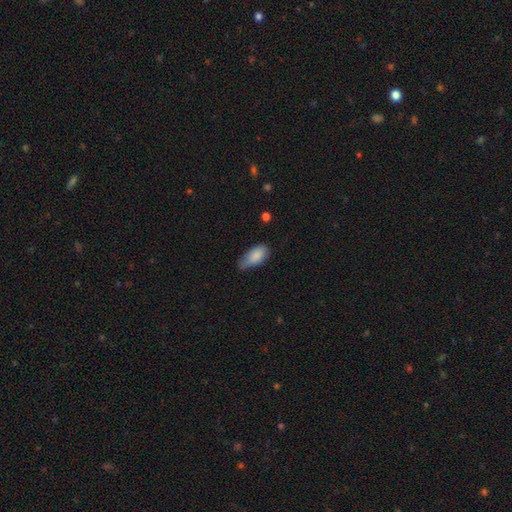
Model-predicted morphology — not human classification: Smooth or featured?
  - smooth: 84% *
  - featured or disk: 9%
  - star or artifact: 7%
How rounded?
  - in between: 90% *
  - cigar-shaped: 7%
  - round: 3%
Merging?
  - minor disturbance: 48% *
  - none: 37%
  - major disturbance: 12%
  - merger: 3%